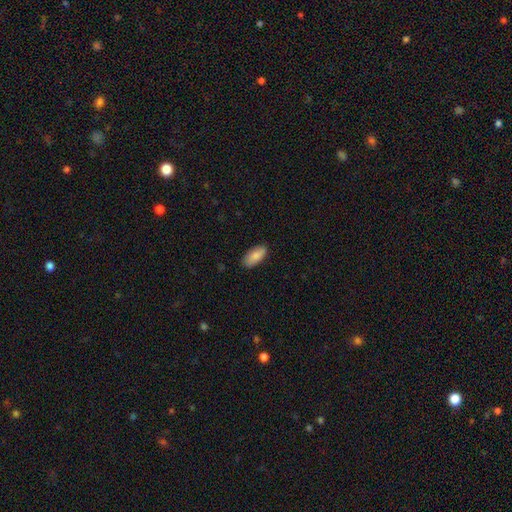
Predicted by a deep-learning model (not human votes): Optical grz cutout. It shows a smooth galaxy with no disk features (85%) that is in between round and cigar-shaped (89%). Merging: none (85%).